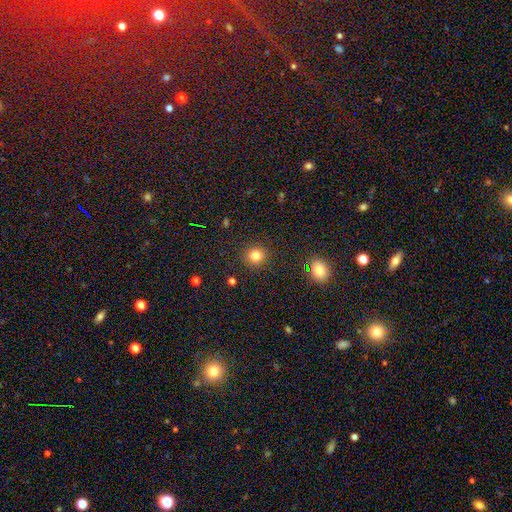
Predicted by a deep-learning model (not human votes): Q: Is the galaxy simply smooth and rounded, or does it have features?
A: smooth — 81%.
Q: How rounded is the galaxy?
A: round — 90%.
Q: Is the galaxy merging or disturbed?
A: none — 91%.